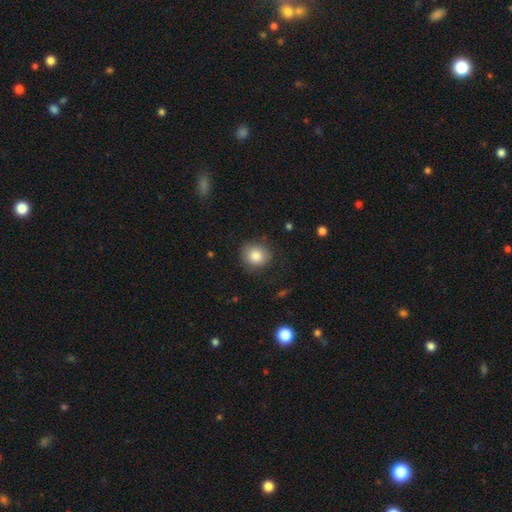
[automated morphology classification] The model was most divided on "how rounded": round: 79%, in between: 20%, cigar-shaped: 1%. More confident: smooth or featured — smooth (84%); merging — none (80%).